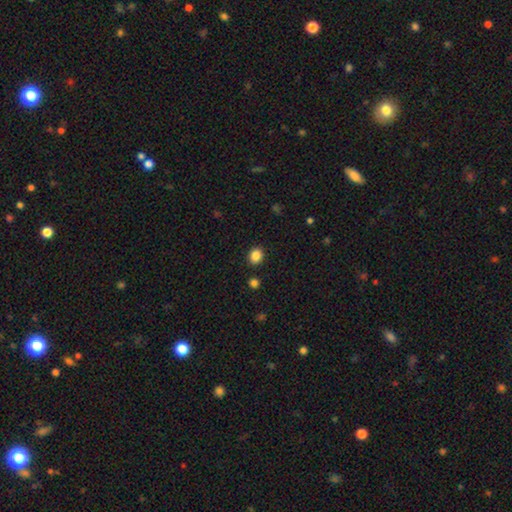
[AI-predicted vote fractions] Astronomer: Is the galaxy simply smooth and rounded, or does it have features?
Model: smooth — 86%.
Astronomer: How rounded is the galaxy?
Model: round — 66%.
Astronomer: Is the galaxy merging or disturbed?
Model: none — 89%.